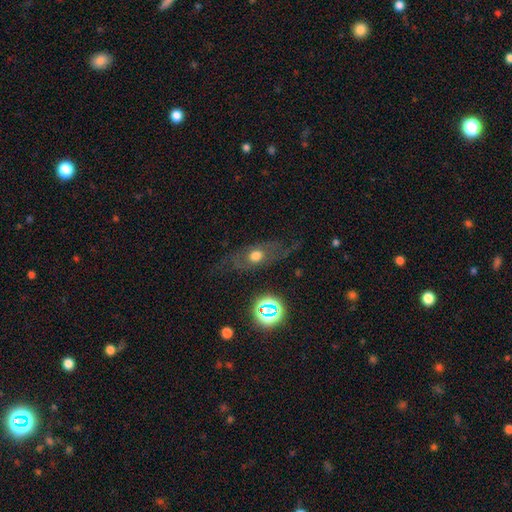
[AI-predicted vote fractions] Q: Smooth or featured?
A: featured or disk (47%); runner-up: smooth (37%)
Q: Merging?
A: none (67%); runner-up: minor disturbance (16%)